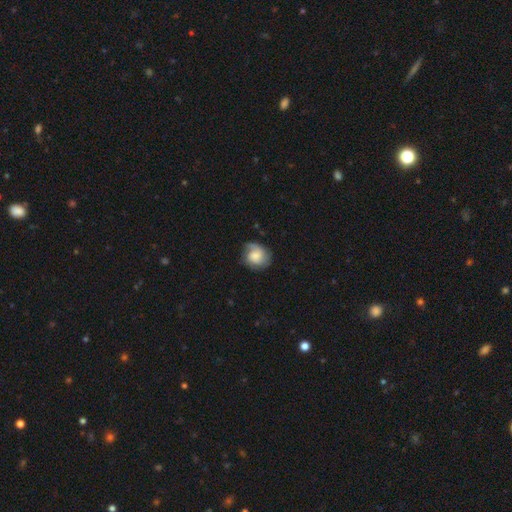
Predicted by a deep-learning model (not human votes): This appears to be a smooth galaxy with no disk features (54%) that is round (70%). Merging: none (62%).